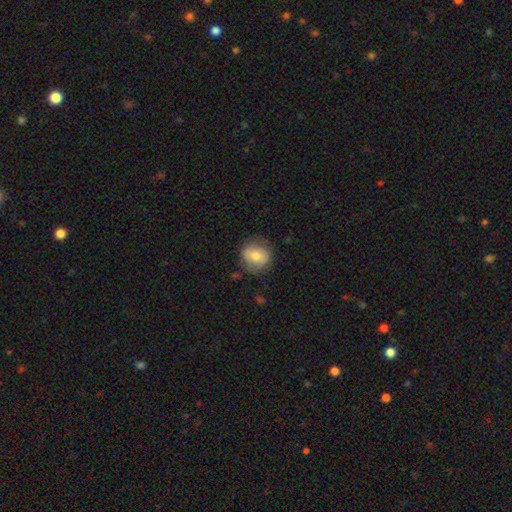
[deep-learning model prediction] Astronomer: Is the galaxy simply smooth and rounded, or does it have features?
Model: smooth — 70%.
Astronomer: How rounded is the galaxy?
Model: round — 78%.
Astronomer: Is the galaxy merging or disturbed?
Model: none — 79%.